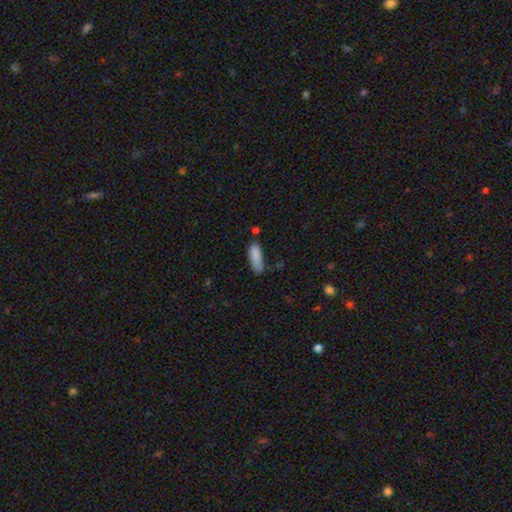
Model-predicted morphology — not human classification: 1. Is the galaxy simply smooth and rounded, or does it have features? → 86% smooth, 7% star or artifact, 7% featured or disk.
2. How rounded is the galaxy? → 57% in between, 42% cigar-shaped, 2% round.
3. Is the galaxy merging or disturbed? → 56% none, 30% minor disturbance, 8% major disturbance, 7% merger.